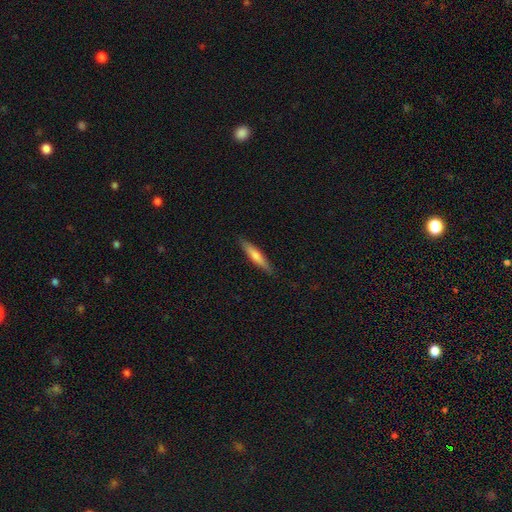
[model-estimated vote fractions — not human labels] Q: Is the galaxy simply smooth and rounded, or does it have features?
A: smooth — 69%.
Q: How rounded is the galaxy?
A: cigar-shaped — 87%.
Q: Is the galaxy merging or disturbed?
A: none — 89%.